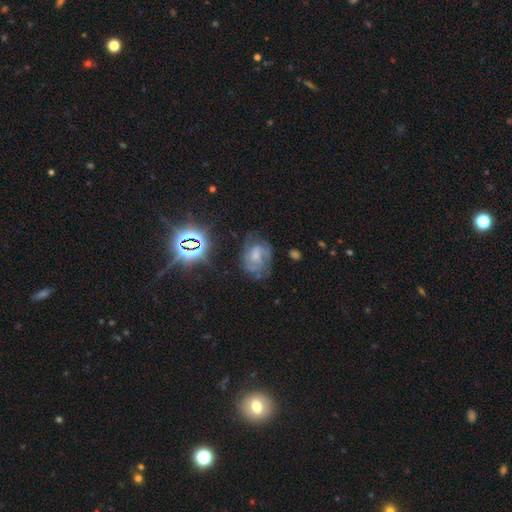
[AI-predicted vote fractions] Overall: featured or disk (60%; smooth 24%). Edge-on disk: no (97%). Bar: no (62%; weak 31%). Spiral arms: yes (79%). Bulge size: small (36%; moderate 32%). Merging: none (57%; minor disturbance 24%).